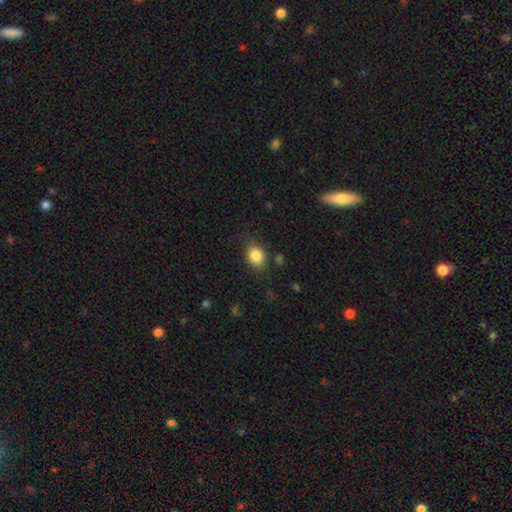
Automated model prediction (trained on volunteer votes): This appears to be a smooth galaxy with no disk features (85%) that is in between round and cigar-shaped (50%). Merging: none (77%).